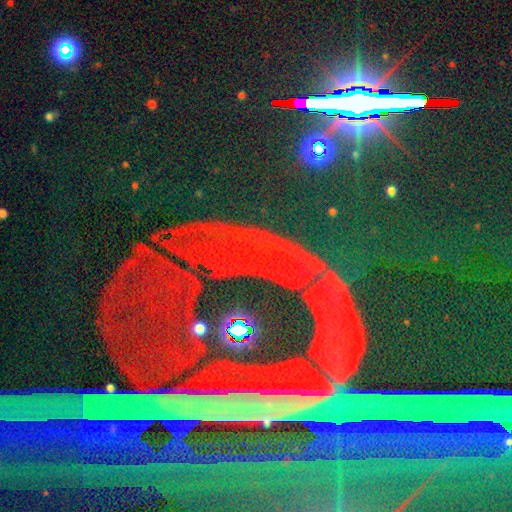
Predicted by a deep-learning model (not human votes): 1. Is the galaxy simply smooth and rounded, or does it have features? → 79% star or artifact, 13% featured or disk, 8% smooth.